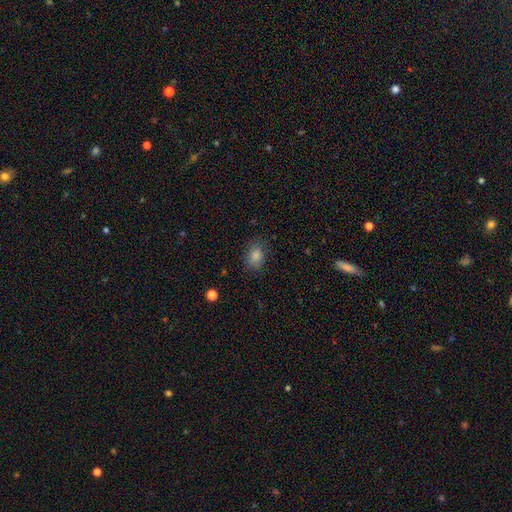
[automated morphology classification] smooth-or-featured: smooth: 83% | star or artifact: 10% | featured or disk: 6%
  how-rounded: in between: 63% | round: 36% | cigar-shaped: 1%
  merging: none: 78% | minor disturbance: 16% | major disturbance: 5% | merger: 1%